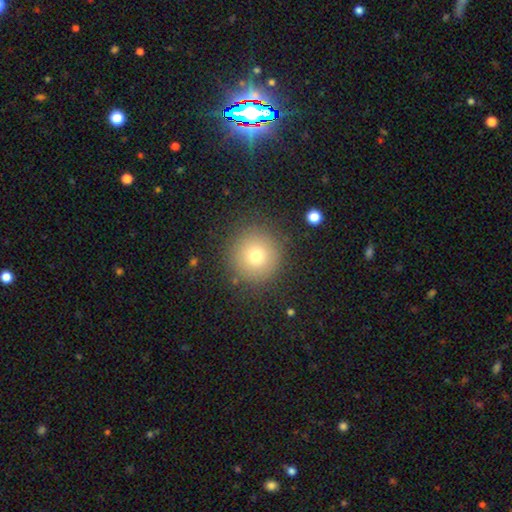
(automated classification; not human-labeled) Q: Smooth or featured?
A: smooth (74%); runner-up: star or artifact (14%)
Q: How rounded?
A: round (95%); runner-up: in between (4%)
Q: Merging?
A: none (88%); runner-up: minor disturbance (7%)